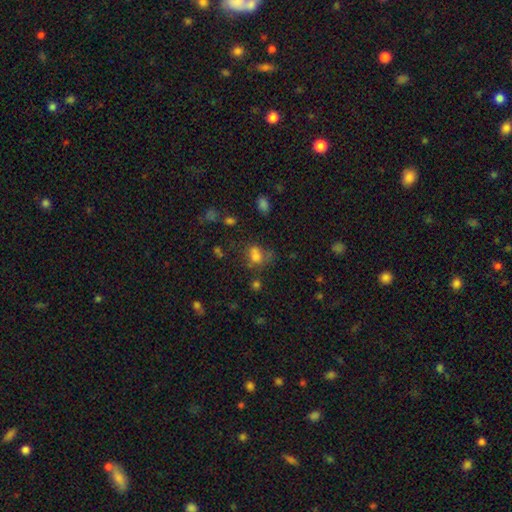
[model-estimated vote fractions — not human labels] Q: Smooth or featured?
A: smooth (66%); runner-up: star or artifact (20%)
Q: How rounded?
A: in between (51%); runner-up: round (47%)
Q: Merging?
A: none (39%); runner-up: merger (26%)